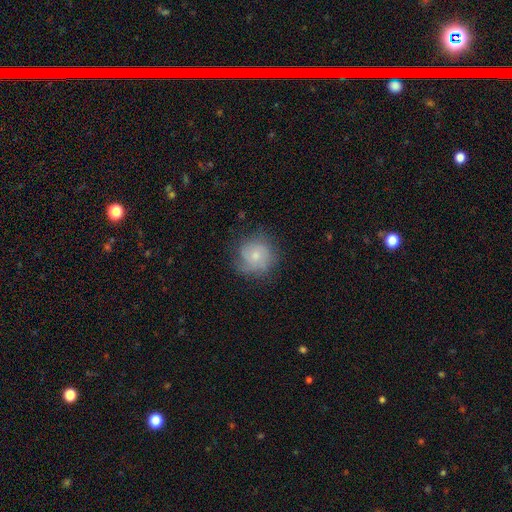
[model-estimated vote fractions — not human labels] This appears to be a smooth galaxy with no disk features (55%) that is round (89%). Merging: none (69%).